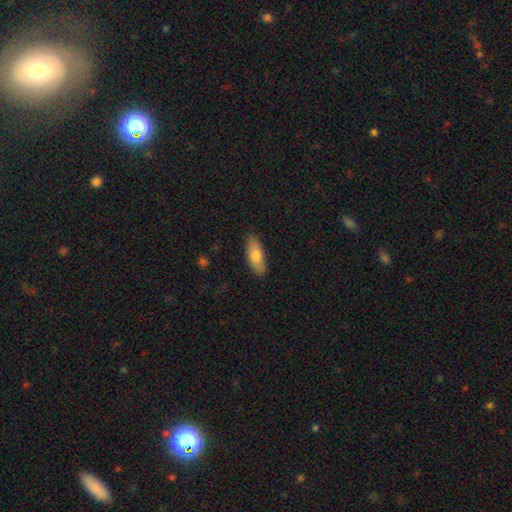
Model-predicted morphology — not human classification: A smooth galaxy with no disk features (73%) that is in between round and cigar-shaped (73%). Merging: none (85%).